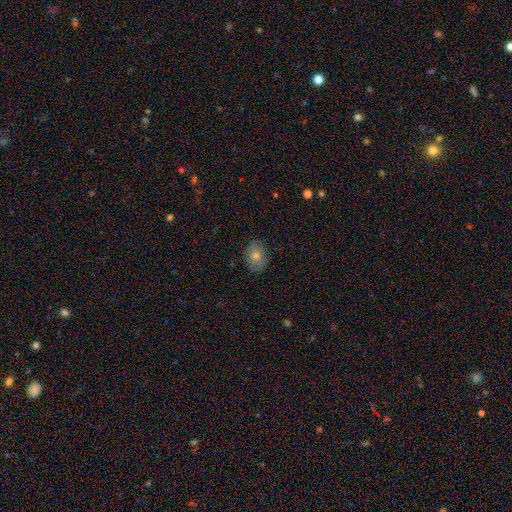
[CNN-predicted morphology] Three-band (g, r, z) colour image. It shows a smooth galaxy with no disk features (69%) that is in between round and cigar-shaped (62%). Merging: none (85%).